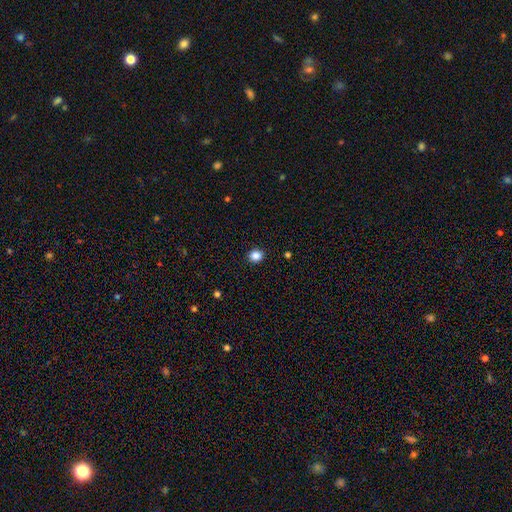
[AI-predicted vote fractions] smooth_or_featured: smooth (p=0.85) [alt: star or artifact p=0.11]
how_rounded: round (p=0.78) [alt: in between p=0.21]
merging: none (p=0.92) [alt: minor disturbance p=0.05]